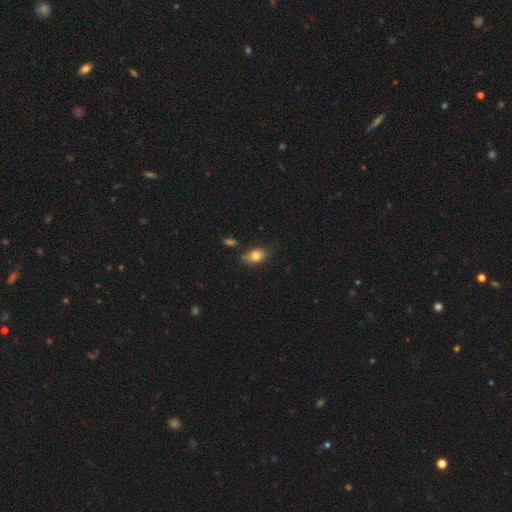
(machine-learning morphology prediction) Smooth or featured? smooth (80%)
How rounded? in between (78%)
Merging? none (67%)